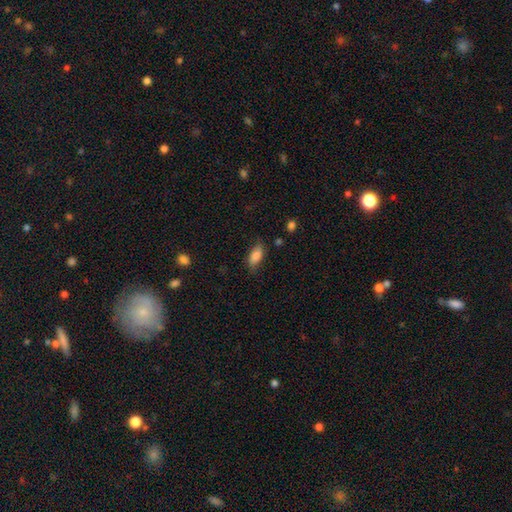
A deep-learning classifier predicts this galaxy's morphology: This appears to be a smooth galaxy with no disk features (82%) that is in between round and cigar-shaped (86%). Merging: none (73%).